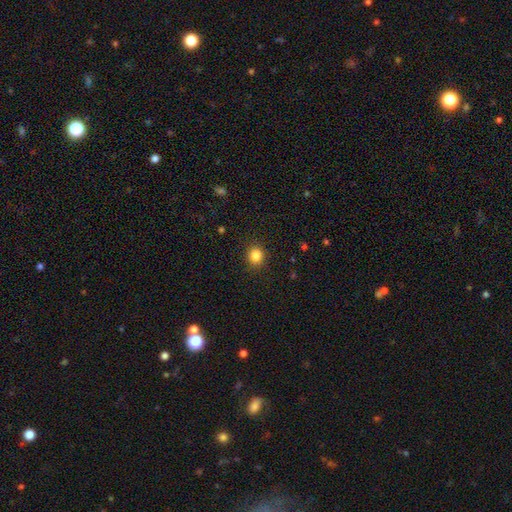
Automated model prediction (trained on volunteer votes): A smooth galaxy with no disk features (84%) that is round (85%). Merging: none (90%).